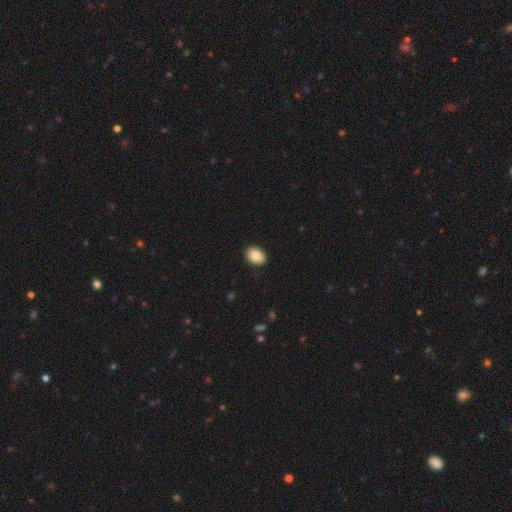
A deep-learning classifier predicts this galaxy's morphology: smooth_or_featured: smooth (p=0.86) [alt: star or artifact p=0.07]
how_rounded: in between (p=0.72) [alt: round p=0.27]
merging: none (p=0.89) [alt: minor disturbance p=0.08]